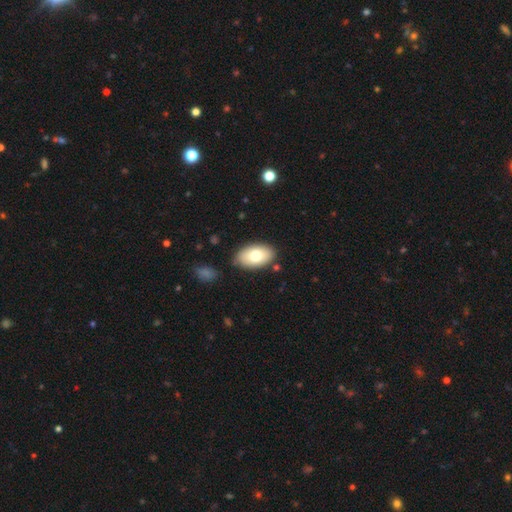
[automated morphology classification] Smooth or featured? Predicted: smooth (p=0.74). How rounded? Predicted: in between (p=0.93). Merging? Predicted: none (p=0.83).